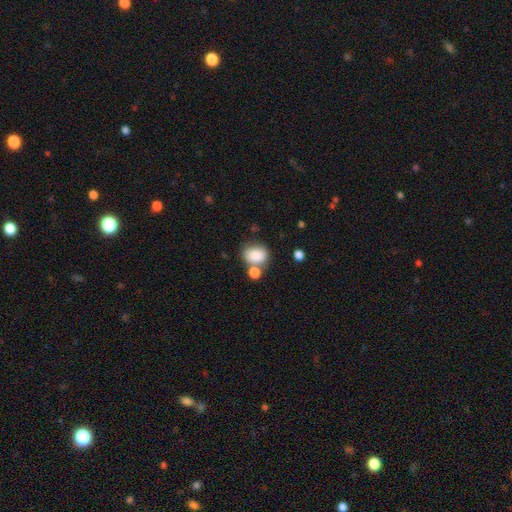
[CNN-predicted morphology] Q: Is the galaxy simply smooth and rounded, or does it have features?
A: smooth — 80%.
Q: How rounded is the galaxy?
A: round — 60%.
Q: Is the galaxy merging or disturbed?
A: none — 53%.